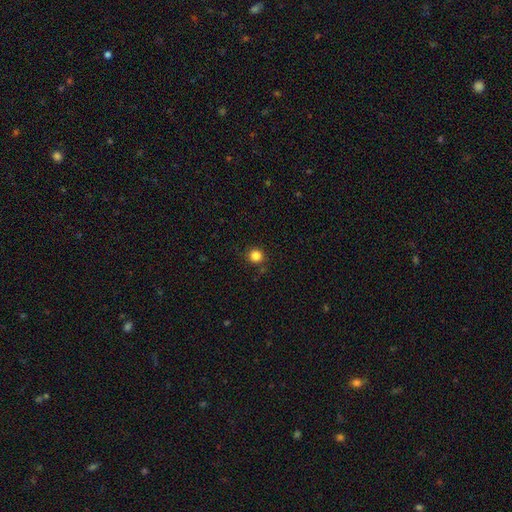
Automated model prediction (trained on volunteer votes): The model was most divided on "smooth or featured": smooth: 84%, star or artifact: 12%, featured or disk: 4%. More confident: how rounded — round (93%); merging — none (87%).